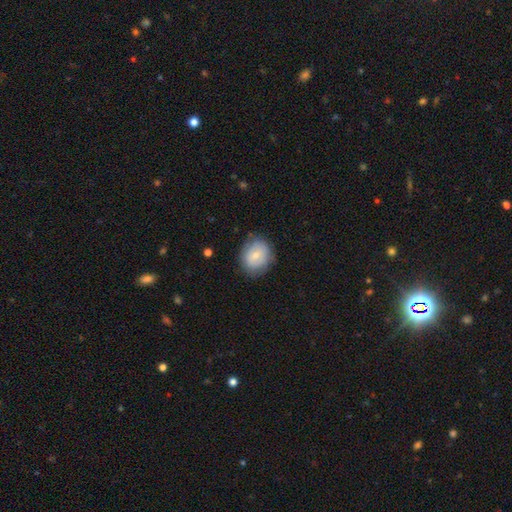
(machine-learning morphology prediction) Overall: smooth (72%). How rounded: round (62%; in between 37%). Merging: none (78%).